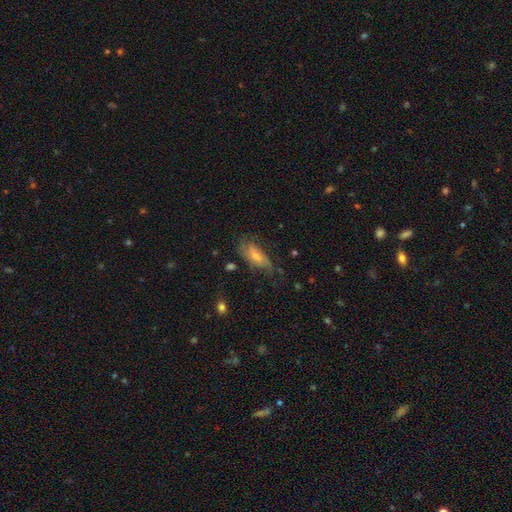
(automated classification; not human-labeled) A featured or disk galaxy (55%).

Vote fractions:
- Smooth or featured? featured or disk: 55% / smooth: 33% / star or artifact: 12%
- Edge-on disk? no: 84% / yes: 16%
- Merging? none: 59% / minor disturbance: 24% / major disturbance: 15% / merger: 2%